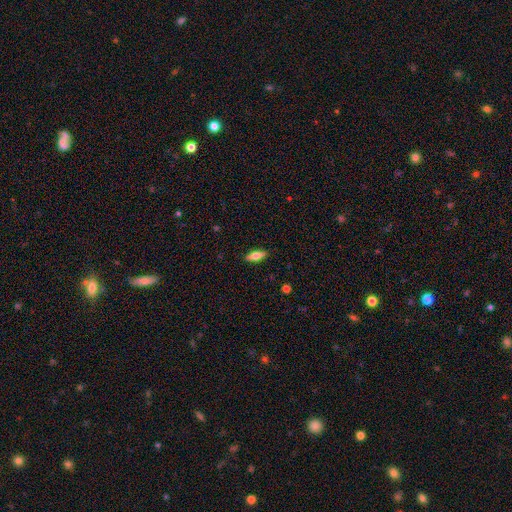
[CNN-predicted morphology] Overall: smooth (63%; featured or disk 30%). How rounded: in between (63%; cigar-shaped 34%). Merging: none (89%).